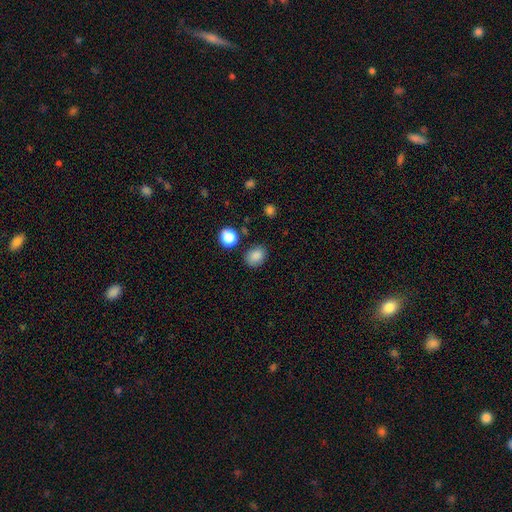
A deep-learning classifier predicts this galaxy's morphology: Smooth or featured? smooth (85%)
How rounded? in between (54%)
Merging? none (80%)